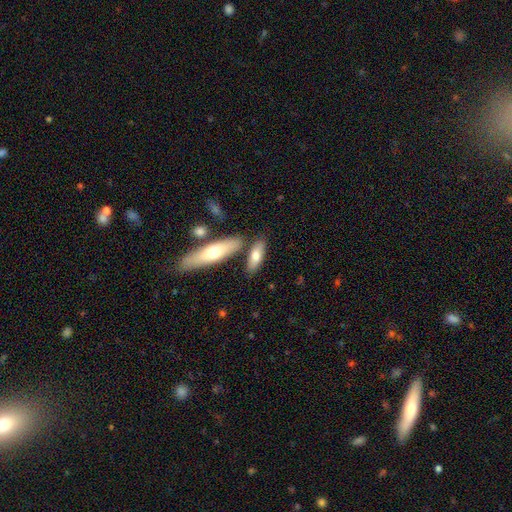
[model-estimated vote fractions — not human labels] smooth_or_featured: smooth (p=0.69) [alt: featured or disk p=0.25]
how_rounded: in between (p=0.56) [alt: cigar-shaped p=0.41]
merging: none (p=0.68) [alt: merger p=0.16]